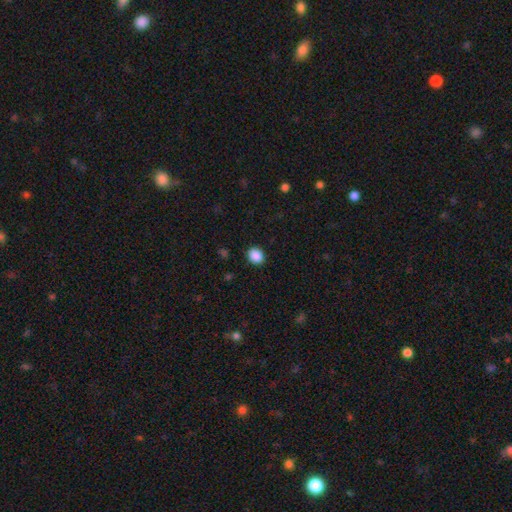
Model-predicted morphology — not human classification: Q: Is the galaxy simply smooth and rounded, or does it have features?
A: smooth — 88%.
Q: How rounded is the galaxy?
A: round — 68%.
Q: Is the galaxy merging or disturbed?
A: none — 90%.